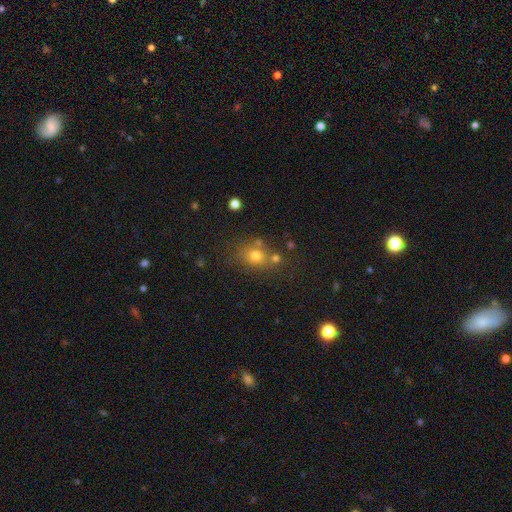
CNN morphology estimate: Smooth or featured? Predicted: smooth (p=0.71). How rounded? Predicted: round (p=0.63). Merging? Predicted: none (p=0.66).